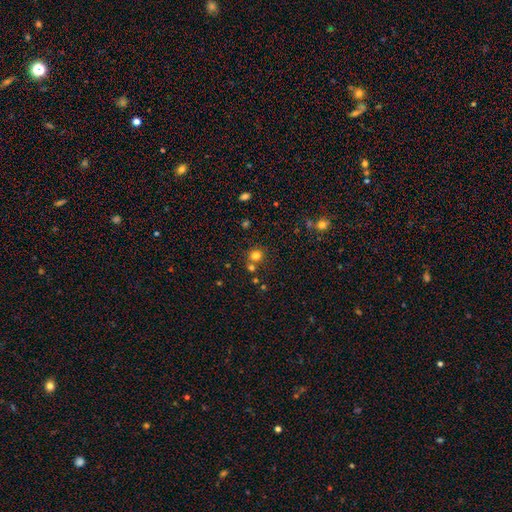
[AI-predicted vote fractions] Smooth or featured? Predicted: smooth (p=0.76). How rounded? Predicted: round (p=0.87). Merging? Predicted: none (p=0.68).